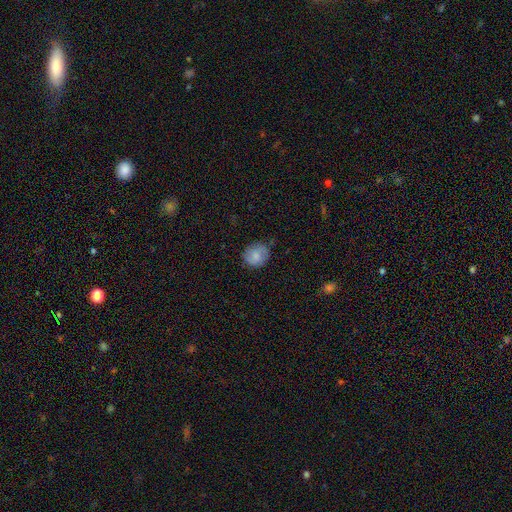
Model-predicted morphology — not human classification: Smooth or featured? Predicted: smooth (p=0.80). How rounded? Predicted: round (p=0.79). Merging? Predicted: none (p=0.78).